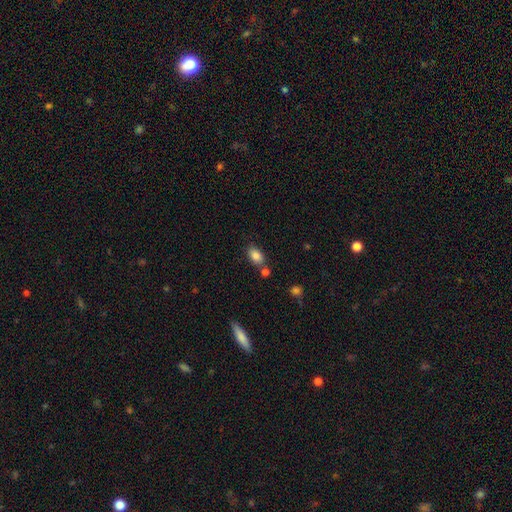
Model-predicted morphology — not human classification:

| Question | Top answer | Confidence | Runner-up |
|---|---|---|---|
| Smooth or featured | smooth | 85% | star or artifact (9%) |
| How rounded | in between | 88% | round (10%) |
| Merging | none | 70% | merger (14%) |